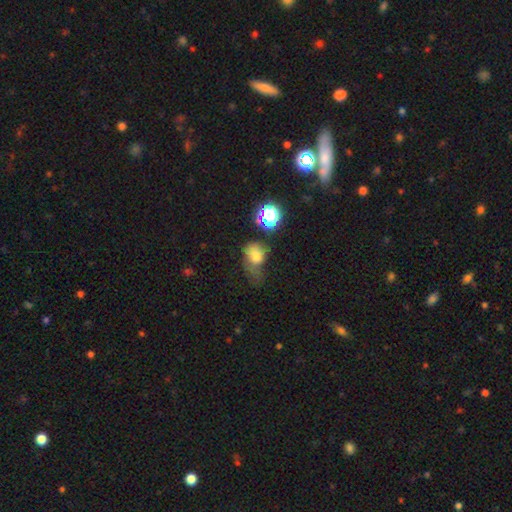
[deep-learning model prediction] Overall: smooth (67%). How rounded: in between (56%; round 43%). Merging: major disturbance (41%; minor disturbance 30%).